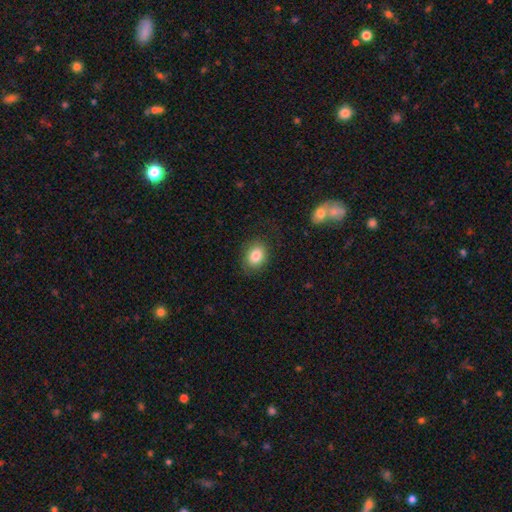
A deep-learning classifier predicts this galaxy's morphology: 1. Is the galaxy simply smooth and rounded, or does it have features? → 84% smooth, 9% star or artifact, 7% featured or disk.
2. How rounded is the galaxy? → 60% in between, 39% round, 1% cigar-shaped.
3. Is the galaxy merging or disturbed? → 81% none, 13% minor disturbance, 4% major disturbance, 1% merger.